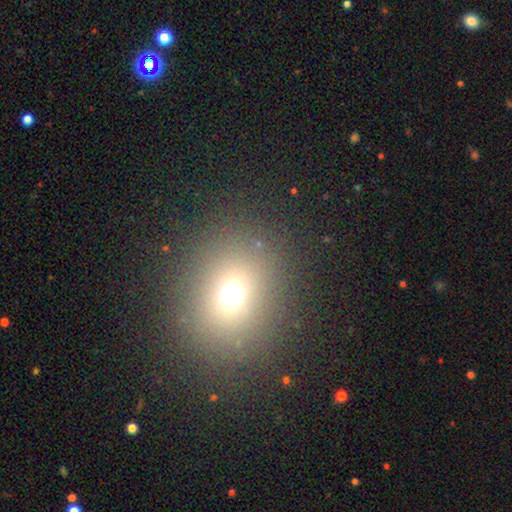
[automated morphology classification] smooth_or_featured: smooth (p=0.68) [alt: star or artifact p=0.22]
how_rounded: round (p=0.69) [alt: in between p=0.30]
merging: none (p=0.87) [alt: minor disturbance p=0.07]